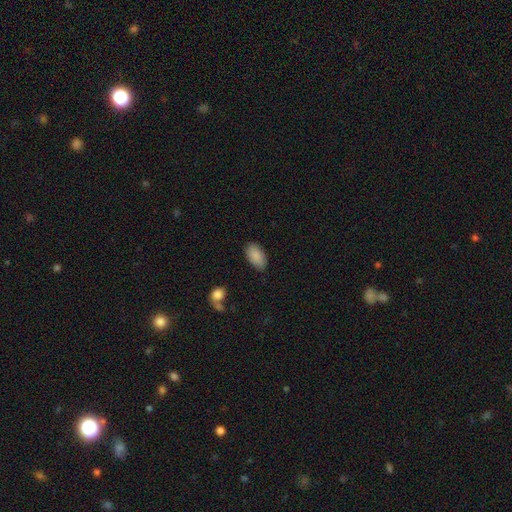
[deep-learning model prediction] Smooth or featured?
  - smooth: 88% *
  - star or artifact: 7%
  - featured or disk: 5%
How rounded?
  - in between: 94% *
  - round: 3%
  - cigar-shaped: 3%
Merging?
  - none: 84% *
  - minor disturbance: 12%
  - major disturbance: 3%
  - merger: 1%